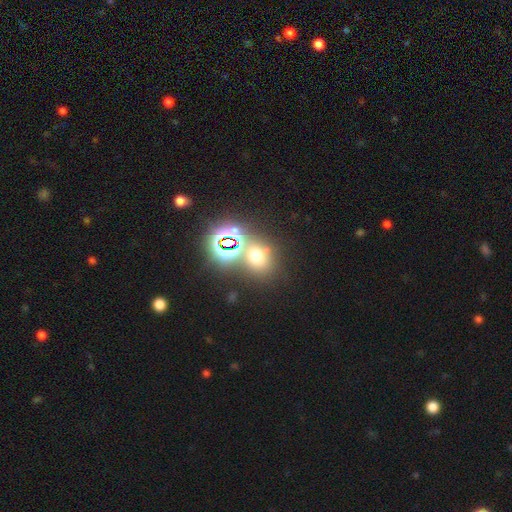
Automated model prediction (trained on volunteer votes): Smooth or featured? Predicted: smooth (p=0.51). How rounded? Predicted: round (p=0.65). Merging? Predicted: none (p=0.64).